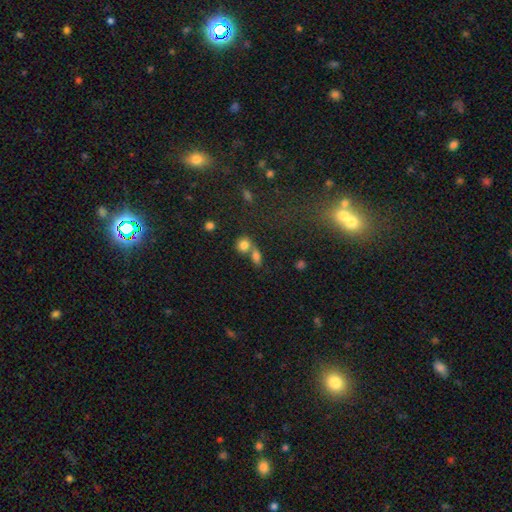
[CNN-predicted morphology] This is likely a smooth galaxy (76%). How rounded: possibly in between (50%). Merging: possibly merger (49%).